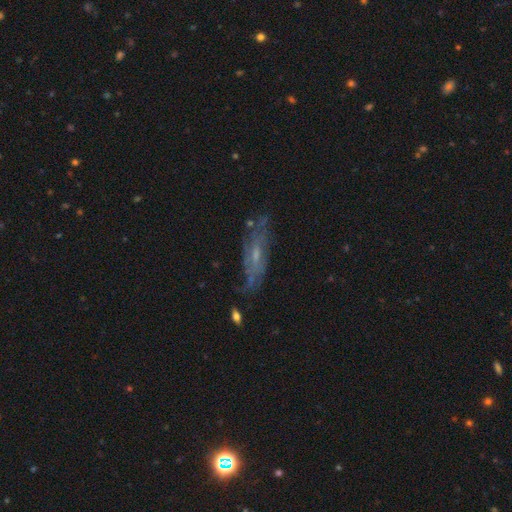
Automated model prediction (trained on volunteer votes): Smooth or featured?
  - featured or disk: 67% *
  - smooth: 24%
  - star or artifact: 9%
Edge-on disk?
  - no: 76% *
  - yes: 24%
Bar?
  - no: 53% *
  - weak: 39%
  - strong: 8%
Spiral arms?
  - yes: 70% *
  - no: 30%
Bulge size?
  - small: 55% *
  - moderate: 33%
  - none: 8%
  - large: 2%
  - dominant: 1%
Merging?
  - none: 62% *
  - minor disturbance: 23%
  - major disturbance: 12%
  - merger: 4%